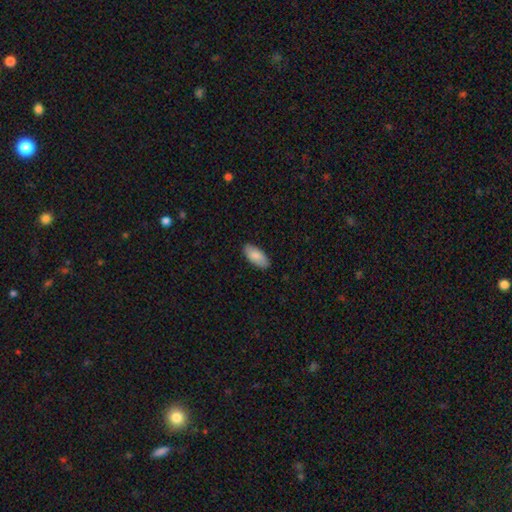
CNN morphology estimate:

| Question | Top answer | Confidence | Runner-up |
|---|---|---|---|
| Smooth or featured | smooth | 85% | featured or disk (9%) |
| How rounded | in between | 92% | cigar-shaped (7%) |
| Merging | none | 88% | minor disturbance (9%) |